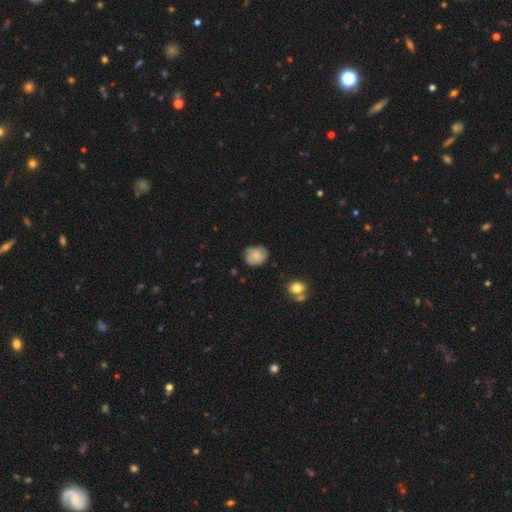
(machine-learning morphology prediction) A smooth galaxy with no disk features (56%) that is round (69%).

Vote fractions:
- Smooth or featured? smooth: 56% / featured or disk: 36% / star or artifact: 8%
- How rounded? round: 69% / in between: 30% / cigar-shaped: 1%
- Merging? none: 70% / minor disturbance: 22% / major disturbance: 6% / merger: 2%